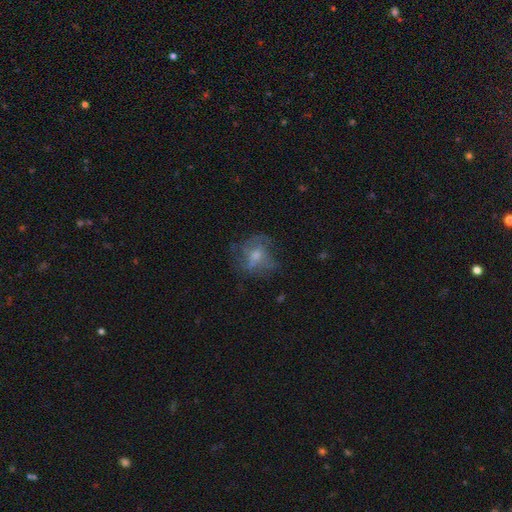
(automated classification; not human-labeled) Overall: featured or disk (51%; smooth 34%). Edge-on disk: no (96%). Merging: none (59%; minor disturbance 21%).